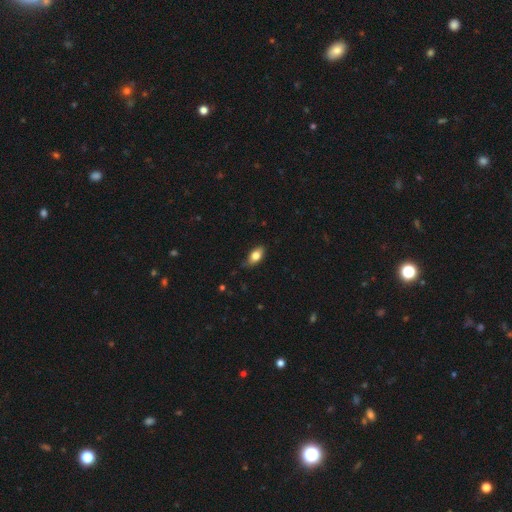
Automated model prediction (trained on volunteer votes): A smooth galaxy with no disk features (77%) that is in between round and cigar-shaped (87%).

Vote fractions:
- Smooth or featured? smooth: 77% / featured or disk: 16% / star or artifact: 7%
- How rounded? in between: 87% / cigar-shaped: 7% / round: 6%
- Merging? none: 73% / minor disturbance: 22% / major disturbance: 4% / merger: 1%